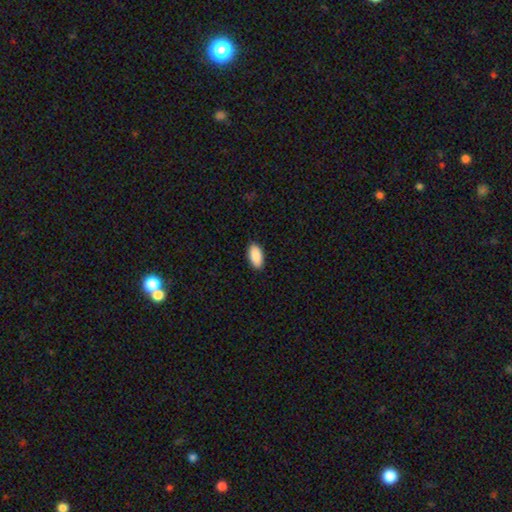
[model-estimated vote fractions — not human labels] This is clearly a smooth galaxy (91%). How rounded: clearly in between (94%). Merging: clearly none (90%).